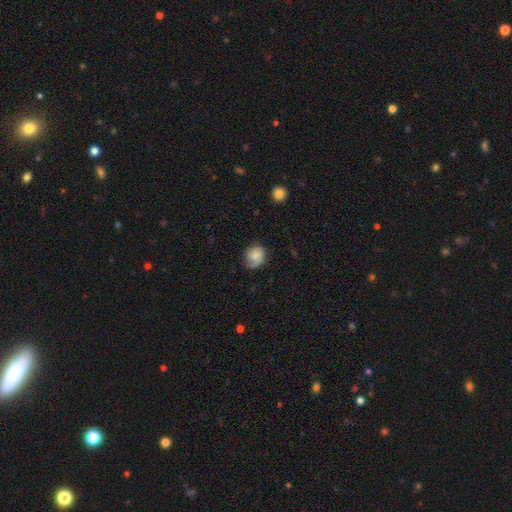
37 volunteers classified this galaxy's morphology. smooth 54%, featured or disk 43%, star or artifact 3%. Down the decision tree: how rounded — round (65%); merging — none (64%).